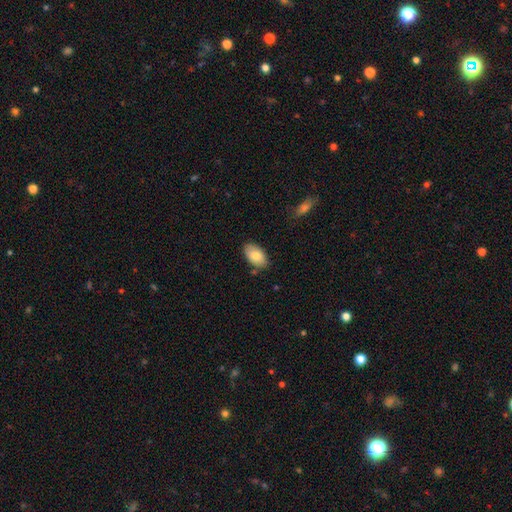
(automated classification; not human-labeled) A smooth galaxy with no disk features (81%) that is in between round and cigar-shaped (94%).

Vote fractions:
- Smooth or featured? smooth: 81% / featured or disk: 12% / star or artifact: 6%
- How rounded? in between: 94% / round: 4% / cigar-shaped: 1%
- Merging? none: 81% / minor disturbance: 14% / merger: 3% / major disturbance: 3%